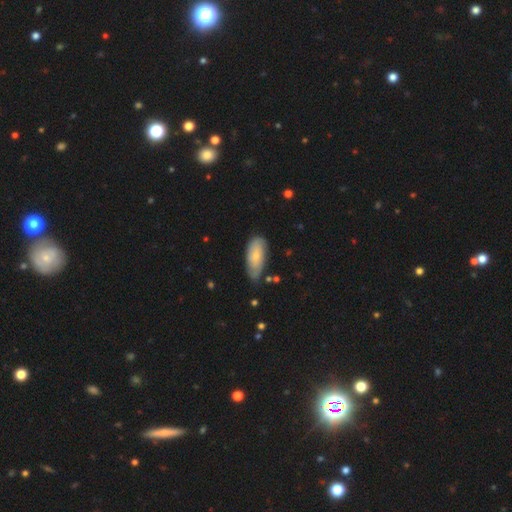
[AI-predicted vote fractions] smooth-or-featured: smooth: 62% | featured or disk: 33% | star or artifact: 6%
  how-rounded: in between: 84% | cigar-shaped: 14% | round: 2%
  merging: none: 65% | minor disturbance: 28% | major disturbance: 5% | merger: 2%